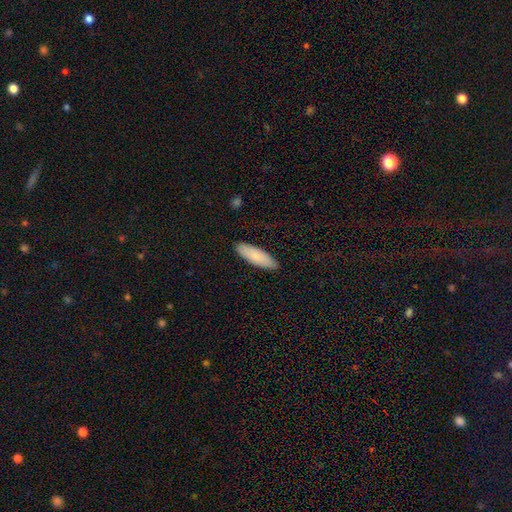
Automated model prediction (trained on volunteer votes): Q: Smooth or featured?
A: smooth (85%); runner-up: featured or disk (10%)
Q: How rounded?
A: cigar-shaped (50%); runner-up: in between (48%)
Q: Merging?
A: none (89%); runner-up: minor disturbance (9%)